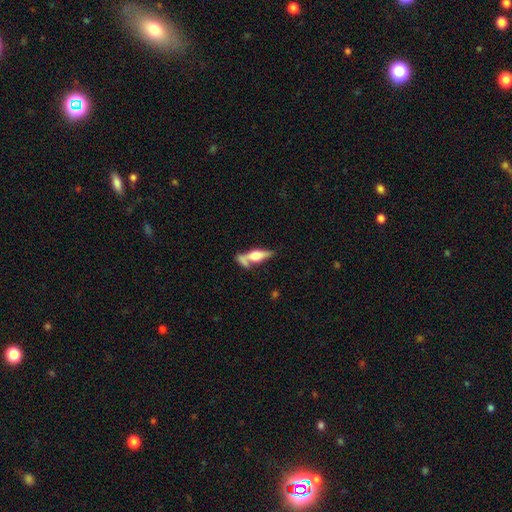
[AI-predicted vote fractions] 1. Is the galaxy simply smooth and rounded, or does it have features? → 48% featured or disk, 44% smooth, 7% star or artifact.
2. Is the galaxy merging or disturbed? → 47% none, 31% merger, 15% minor disturbance, 7% major disturbance.